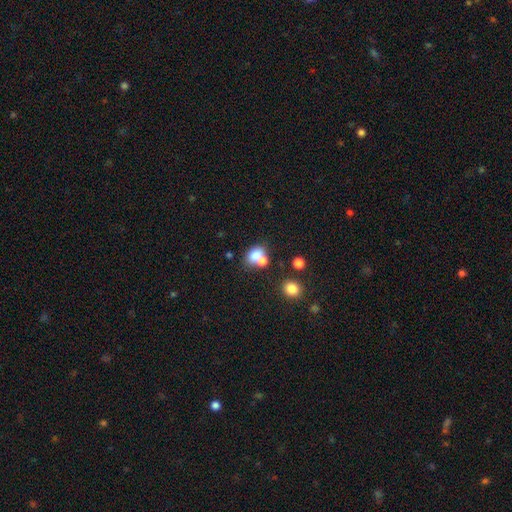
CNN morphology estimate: This appears to be a smooth galaxy with no disk features (73%) that is in between round and cigar-shaped (60%). Merging: merger (54%).